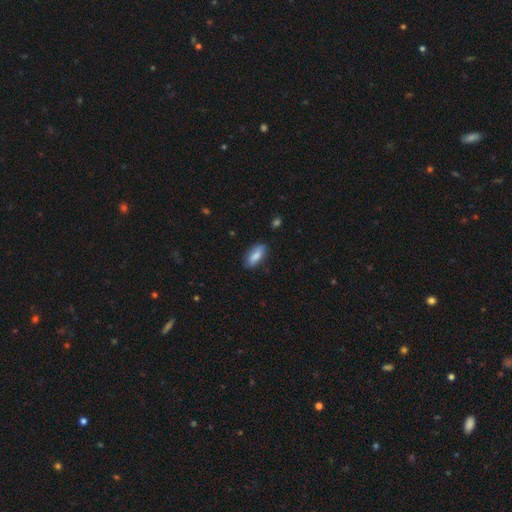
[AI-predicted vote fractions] The model was most divided on "how rounded": in between: 79%, cigar-shaped: 18%, round: 2%. More confident: smooth or featured — smooth (83%); merging — none (82%).